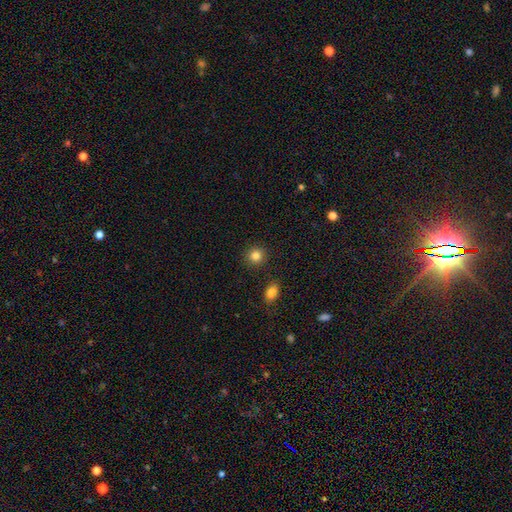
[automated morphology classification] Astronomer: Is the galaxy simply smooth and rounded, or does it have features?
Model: smooth — 85%.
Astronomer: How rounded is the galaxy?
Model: round — 90%.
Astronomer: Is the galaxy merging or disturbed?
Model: none — 89%.